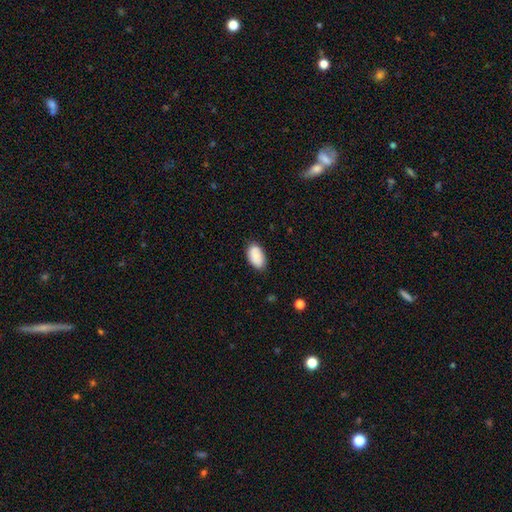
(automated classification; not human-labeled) This is clearly a smooth galaxy (86%). How rounded: clearly in between (94%). Merging: clearly none (81%).